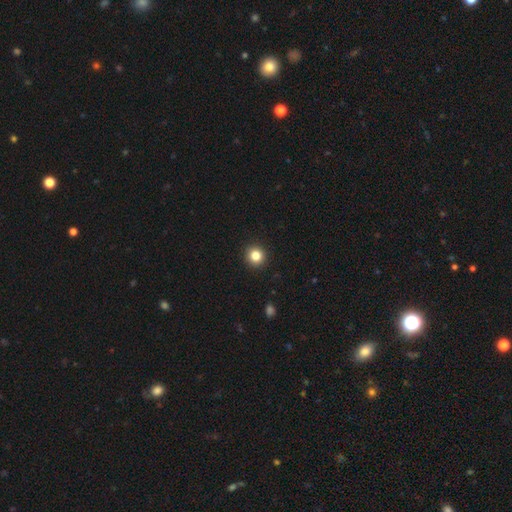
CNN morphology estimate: Q: Smooth or featured?
A: smooth (84%); runner-up: star or artifact (11%)
Q: How rounded?
A: round (94%); runner-up: in between (5%)
Q: Merging?
A: none (93%); runner-up: minor disturbance (4%)